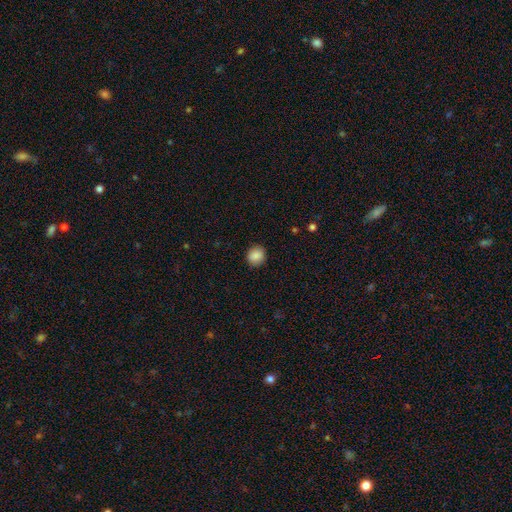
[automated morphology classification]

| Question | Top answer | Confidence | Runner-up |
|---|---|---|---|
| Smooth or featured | smooth | 88% | star or artifact (9%) |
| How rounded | round | 81% | in between (18%) |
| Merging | none | 89% | minor disturbance (8%) |